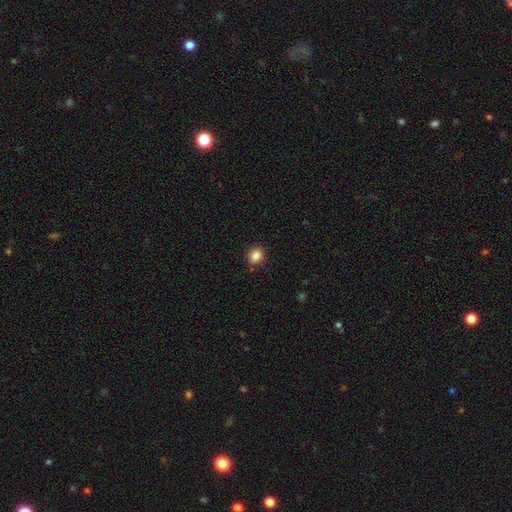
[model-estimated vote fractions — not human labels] The model was most divided on "how rounded": round: 66%, in between: 33%, cigar-shaped: 1%. More confident: merging — none (86%); smooth or featured — smooth (86%).